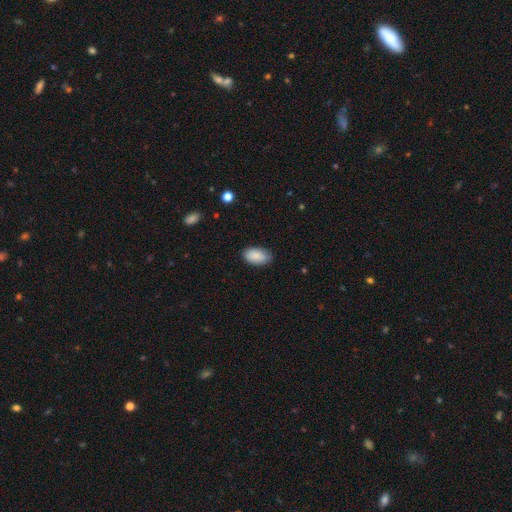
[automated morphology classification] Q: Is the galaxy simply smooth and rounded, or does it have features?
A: smooth — 86%.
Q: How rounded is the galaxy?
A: in between — 94%.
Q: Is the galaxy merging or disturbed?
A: none — 81%.